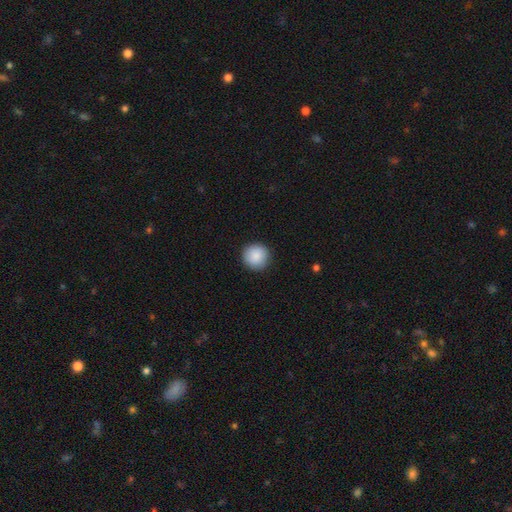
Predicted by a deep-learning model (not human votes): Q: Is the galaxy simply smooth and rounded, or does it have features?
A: smooth — 88%.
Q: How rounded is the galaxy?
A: round — 95%.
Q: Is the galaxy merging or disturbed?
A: none — 91%.